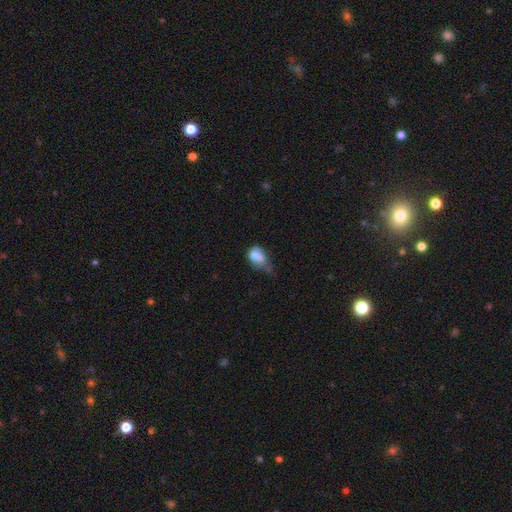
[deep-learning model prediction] smooth-or-featured: smooth: 70% | featured or disk: 20% | star or artifact: 10%
  how-rounded: in between: 71% | round: 27% | cigar-shaped: 2%
  merging: minor disturbance: 37% | major disturbance: 26% | none: 24% | merger: 13%